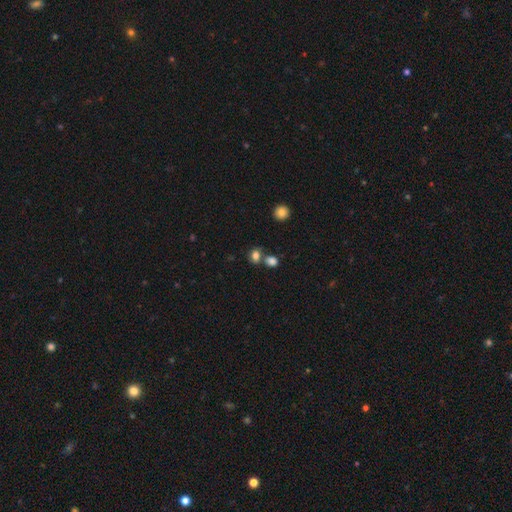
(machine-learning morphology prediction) A smooth galaxy with no disk features (80%) that is in between round and cigar-shaped (54%).

Vote fractions:
- Smooth or featured? smooth: 80% / star or artifact: 13% / featured or disk: 7%
- How rounded? in between: 54% / round: 45% / cigar-shaped: 1%
- Merging? none: 51% / merger: 35% / minor disturbance: 10% / major disturbance: 4%